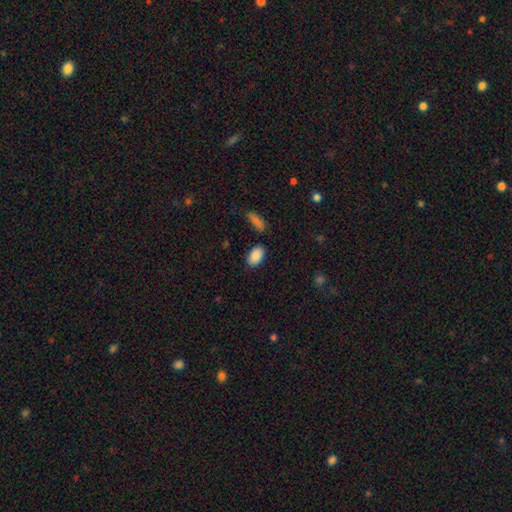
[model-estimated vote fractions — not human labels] This appears to be a smooth galaxy with no disk features (89%) that is in between round and cigar-shaped (93%). Merging: none (84%).